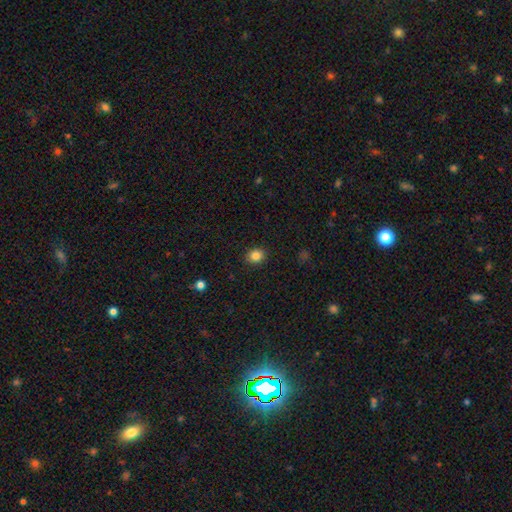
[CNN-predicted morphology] This appears to be a smooth galaxy with no disk features (85%) that is round (68%). Merging: none (90%).